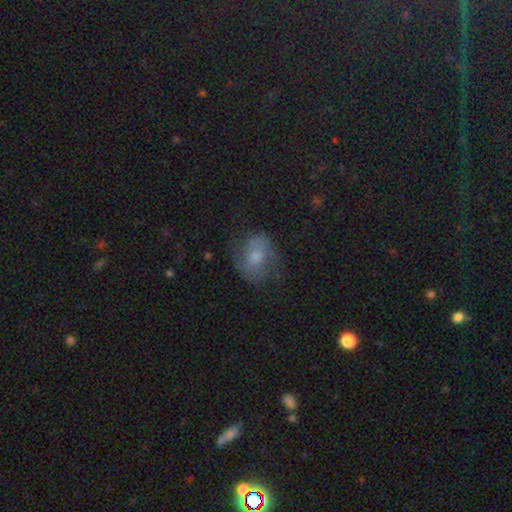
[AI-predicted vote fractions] A featured or disk galaxy (49%).

Vote fractions:
- Smooth or featured? featured or disk: 49% / smooth: 41% / star or artifact: 10%
- Merging? none: 62% / minor disturbance: 22% / major disturbance: 14% / merger: 1%